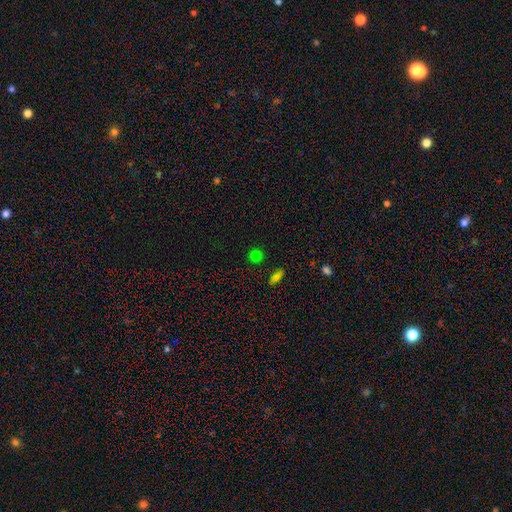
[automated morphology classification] Smooth or featured? smooth (76%)
How rounded? round (89%)
Merging? none (89%)